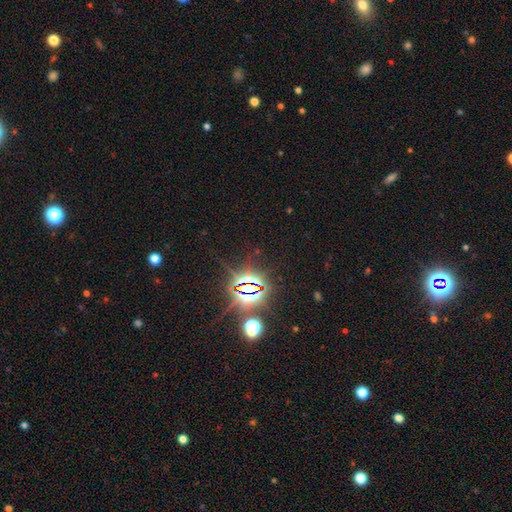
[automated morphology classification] This appears to be a star or artifact, not a galaxy (84%).